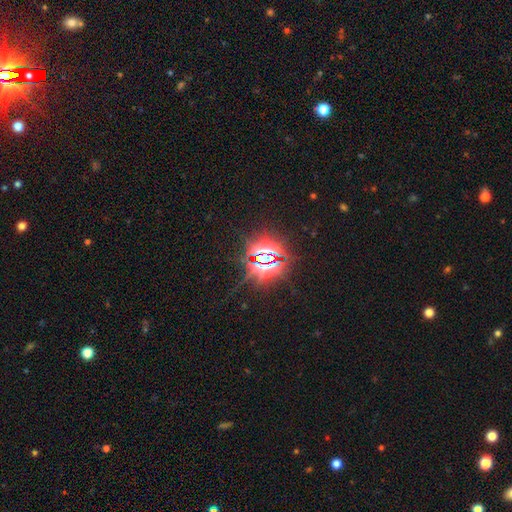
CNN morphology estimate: Q: Smooth or featured?
A: star or artifact (81%); runner-up: smooth (9%)